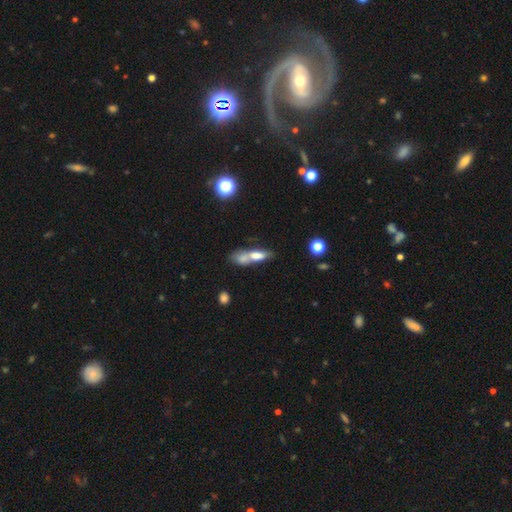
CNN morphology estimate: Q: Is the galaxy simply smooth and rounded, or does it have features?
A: smooth — 63%.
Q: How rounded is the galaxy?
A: in between — 51%.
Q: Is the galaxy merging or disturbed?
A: merger — 52%.